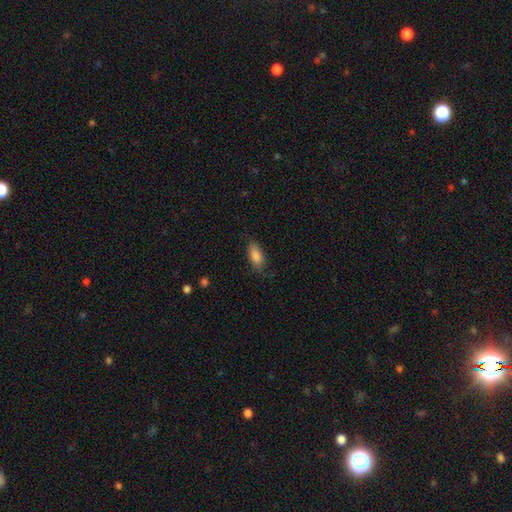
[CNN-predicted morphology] smooth 86%, featured or disk 7%, star or artifact 7%. Down the decision tree: how rounded — in between (87%); merging — none (79%).